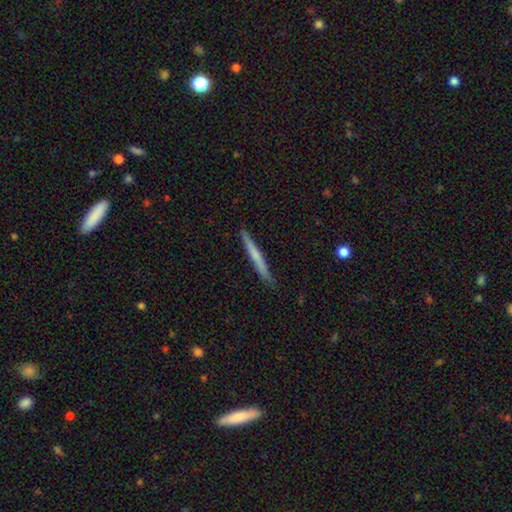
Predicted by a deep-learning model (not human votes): Smooth or featured? Predicted: smooth (p=0.57). How rounded? Predicted: cigar-shaped (p=0.97). Merging? Predicted: none (p=0.88).